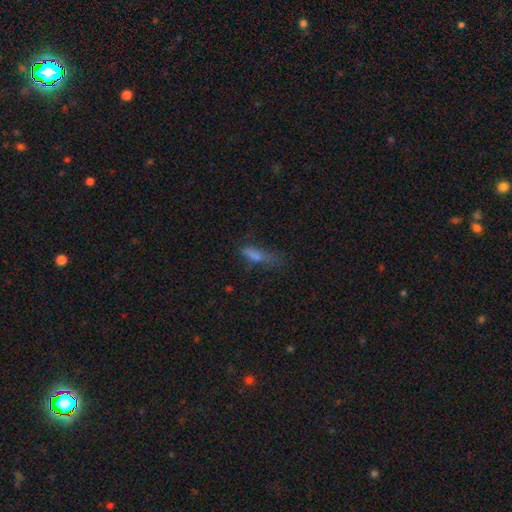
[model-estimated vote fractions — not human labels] Smooth or featured?
  - smooth: 68% *
  - featured or disk: 16%
  - star or artifact: 16%
How rounded?
  - cigar-shaped: 51% *
  - in between: 45%
  - round: 4%
Merging?
  - none: 36% *
  - major disturbance: 30%
  - minor disturbance: 30%
  - merger: 4%